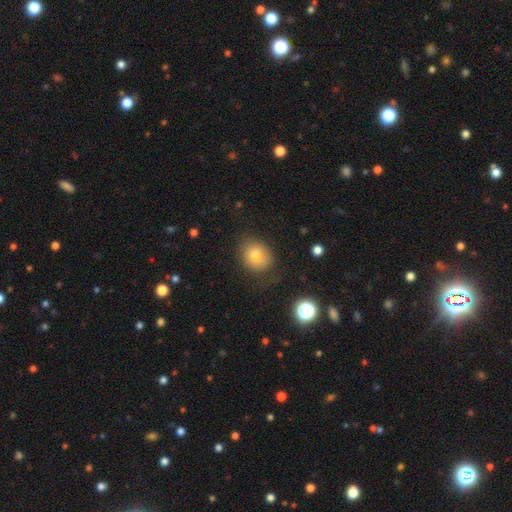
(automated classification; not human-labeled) A smooth galaxy with no disk features (75%) that is round (65%). Merging: none (70%).